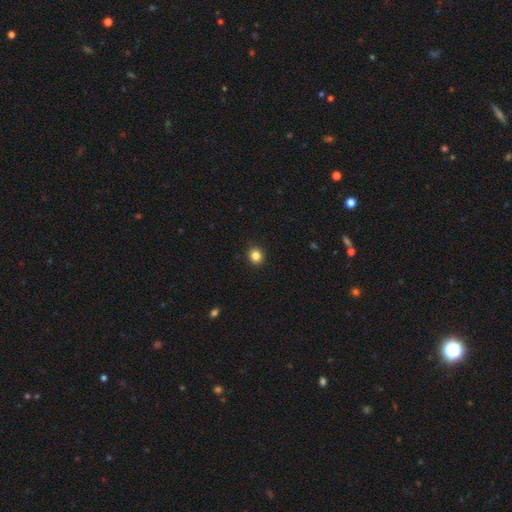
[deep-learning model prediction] Q: Smooth or featured?
A: smooth (85%); runner-up: star or artifact (11%)
Q: How rounded?
A: round (83%); runner-up: in between (16%)
Q: Merging?
A: none (92%); runner-up: minor disturbance (6%)